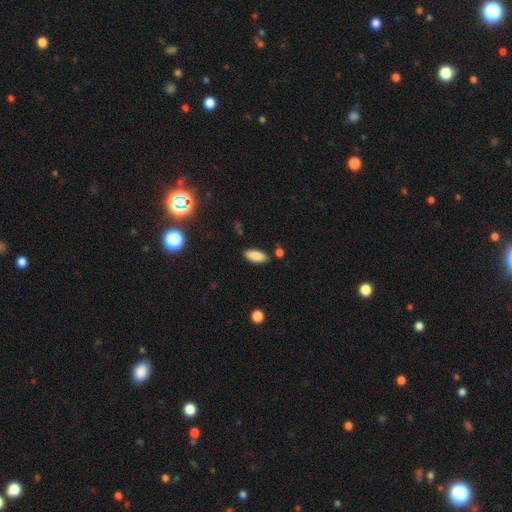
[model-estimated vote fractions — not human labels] A smooth galaxy with no disk features (87%) that is in between round and cigar-shaped (86%).

Vote fractions:
- Smooth or featured? smooth: 87% / star or artifact: 8% / featured or disk: 6%
- How rounded? in between: 86% / cigar-shaped: 12% / round: 2%
- Merging? none: 84% / minor disturbance: 10% / merger: 3% / major disturbance: 2%